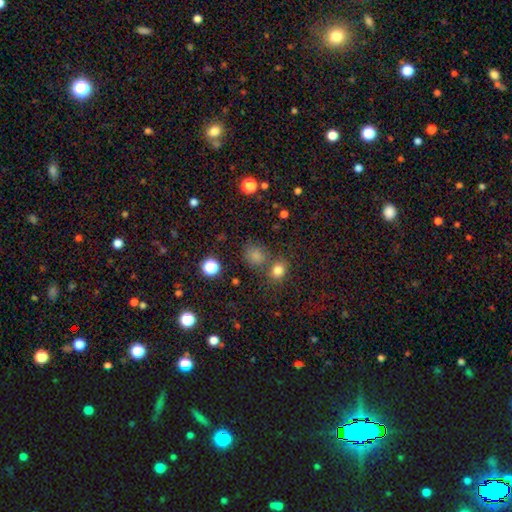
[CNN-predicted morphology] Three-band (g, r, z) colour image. It shows a smooth galaxy with no disk features (75%) that is round (76%). Merging: none (67%).